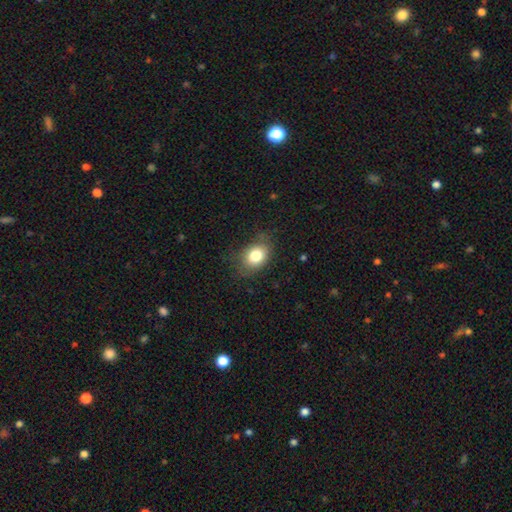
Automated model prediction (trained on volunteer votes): A smooth galaxy with no disk features (79%) that is in between round and cigar-shaped (67%).

Vote fractions:
- Smooth or featured? smooth: 79% / featured or disk: 11% / star or artifact: 10%
- How rounded? in between: 67% / round: 32% / cigar-shaped: 1%
- Merging? none: 73% / minor disturbance: 20% / major disturbance: 6% / merger: 1%